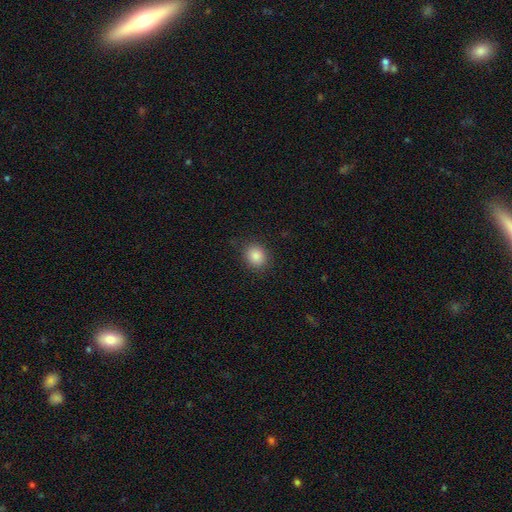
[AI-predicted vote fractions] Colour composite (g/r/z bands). It shows a smooth galaxy with no disk features (86%) that is round (70%). Merging: none (86%).